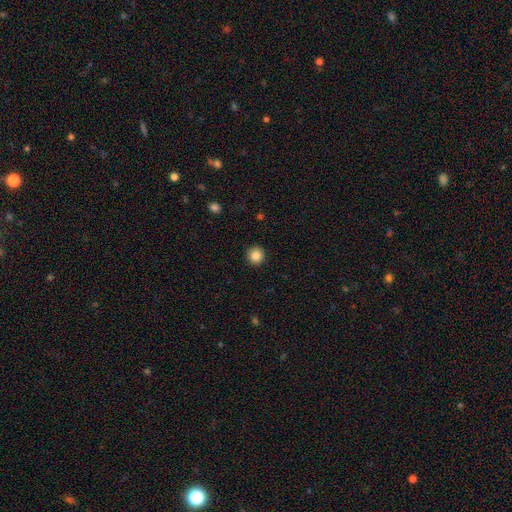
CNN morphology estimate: smooth_or_featured: smooth (p=0.85) [alt: star or artifact p=0.10]
how_rounded: round (p=0.93) [alt: in between p=0.06]
merging: none (p=0.92) [alt: minor disturbance p=0.05]